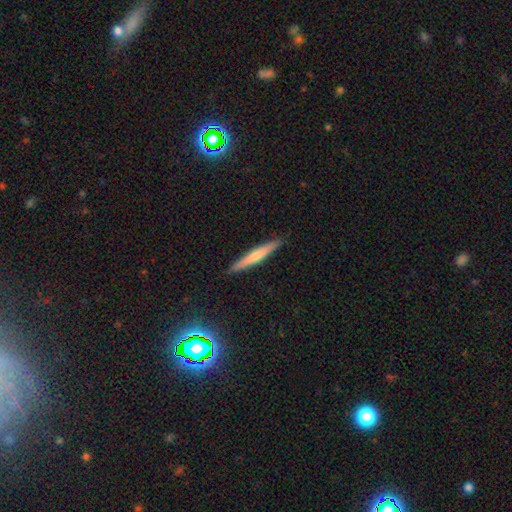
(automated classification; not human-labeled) Smooth or featured?
  - smooth: 56% *
  - featured or disk: 38%
  - star or artifact: 6%
How rounded?
  - cigar-shaped: 95% *
  - in between: 3%
  - round: 1%
Merging?
  - none: 91% *
  - minor disturbance: 7%
  - major disturbance: 1%
  - merger: 1%